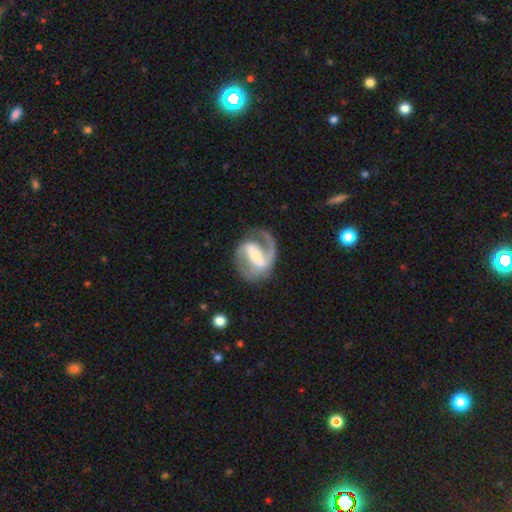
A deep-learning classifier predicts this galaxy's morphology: featured or disk 89%, smooth 7%, star or artifact 4%. Down the decision tree: edge-on disk — no (98%); bar — strong (59%); spiral arms — yes (96%); spiral arm count — 2 (85%); spiral winding — medium (54%); bulge size — small (51%); merging — none (74%).